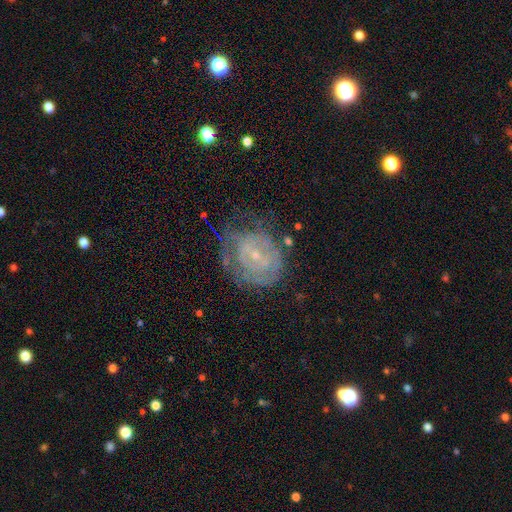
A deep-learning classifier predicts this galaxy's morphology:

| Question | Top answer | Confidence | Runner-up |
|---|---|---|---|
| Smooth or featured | featured or disk | 73% | smooth (18%) |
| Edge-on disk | no | 97% | yes (3%) |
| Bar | no | 52% | weak (39%) |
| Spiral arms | yes | 76% | no (24%) |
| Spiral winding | tight | 69% | medium (23%) |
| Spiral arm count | can't tell | 56% | 2 (22%) |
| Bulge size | small | 78% | moderate (16%) |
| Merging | none | 54% | minor disturbance (26%) |